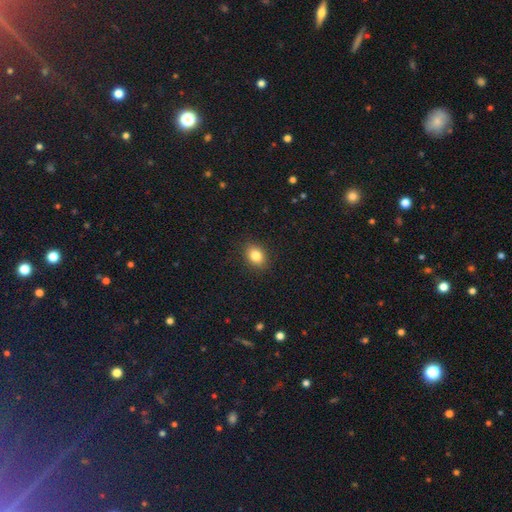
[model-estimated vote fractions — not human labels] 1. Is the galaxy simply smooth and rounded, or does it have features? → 83% smooth, 10% star or artifact, 7% featured or disk.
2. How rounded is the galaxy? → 65% in between, 34% round, 1% cigar-shaped.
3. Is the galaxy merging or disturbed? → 89% none, 8% minor disturbance, 2% major disturbance, 1% merger.